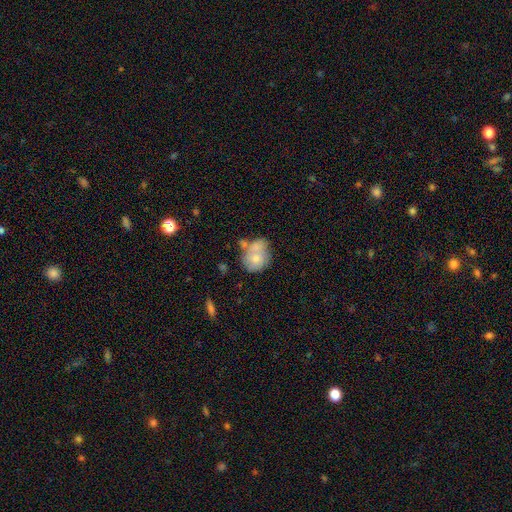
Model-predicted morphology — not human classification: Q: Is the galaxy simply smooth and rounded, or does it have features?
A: smooth — 67%.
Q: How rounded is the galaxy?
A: round — 56%.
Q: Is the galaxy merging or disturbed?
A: none — 36%.